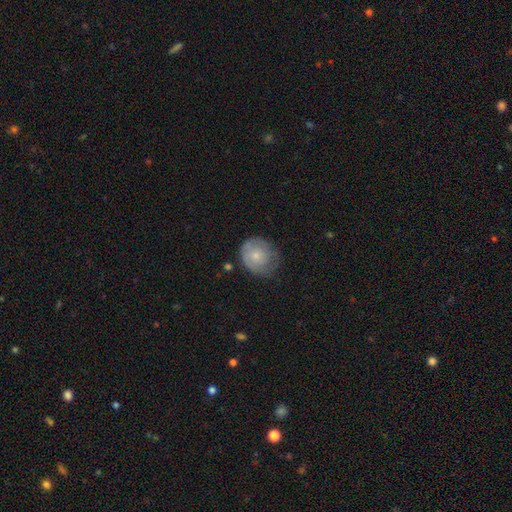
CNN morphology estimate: smooth-or-featured: smooth: 61% | featured or disk: 32% | star or artifact: 7%
  how-rounded: round: 76% | in between: 23% | cigar-shaped: 1%
  merging: none: 54% | minor disturbance: 31% | major disturbance: 12% | merger: 2%